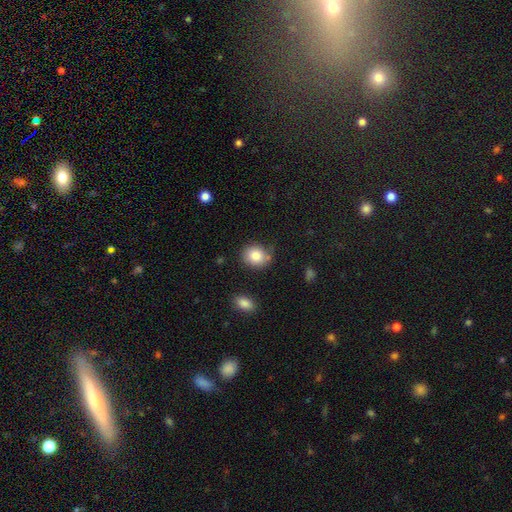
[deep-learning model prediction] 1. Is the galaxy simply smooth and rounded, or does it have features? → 84% smooth, 8% star or artifact, 7% featured or disk.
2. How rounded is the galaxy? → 67% round, 32% in between, 1% cigar-shaped.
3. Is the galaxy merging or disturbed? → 72% none, 18% minor disturbance, 6% merger, 4% major disturbance.